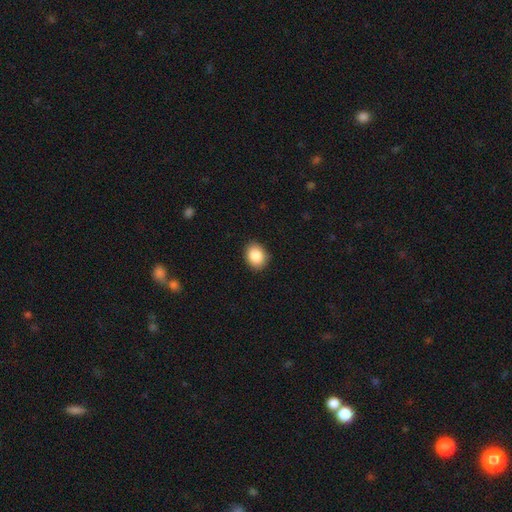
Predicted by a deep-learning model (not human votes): Q: Smooth or featured?
A: smooth (87%); runner-up: star or artifact (8%)
Q: How rounded?
A: in between (50%); runner-up: round (49%)
Q: Merging?
A: none (88%); runner-up: minor disturbance (9%)